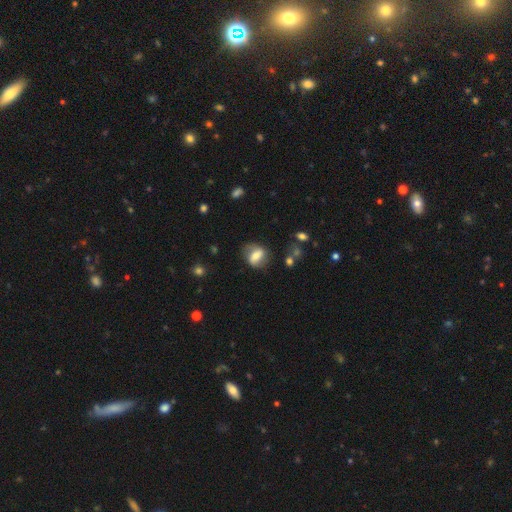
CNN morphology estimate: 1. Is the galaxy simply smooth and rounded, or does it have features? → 46% smooth (tied), 46% featured or disk (tied), 8% star or artifact.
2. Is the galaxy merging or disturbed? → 72% none, 17% minor disturbance, 8% major disturbance, 3% merger.